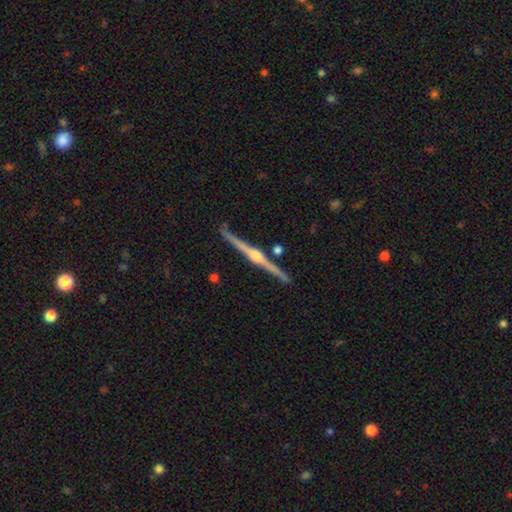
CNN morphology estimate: Smooth or featured: featured or disk — 89% (smooth — 6%)
Edge-on disk: yes — 99% (no — 1%)
Edge-on bulge: rounded — 92% (boxy — 5%)
Merging: none — 88% (minor disturbance — 8%)